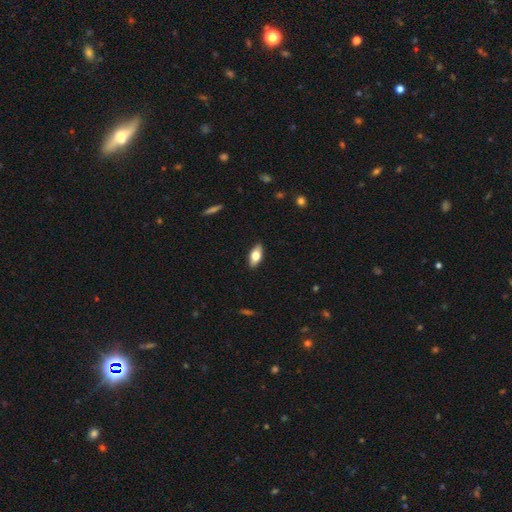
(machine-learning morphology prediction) smooth_or_featured: smooth (p=0.65) [alt: featured or disk p=0.28]
how_rounded: in between (p=0.84) [alt: cigar-shaped p=0.13]
merging: none (p=0.88) [alt: minor disturbance p=0.09]